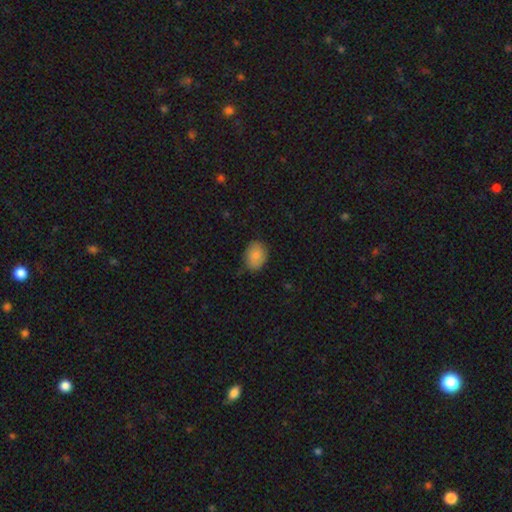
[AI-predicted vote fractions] Smooth or featured? smooth (83%)
How rounded? in between (63%)
Merging? none (74%)